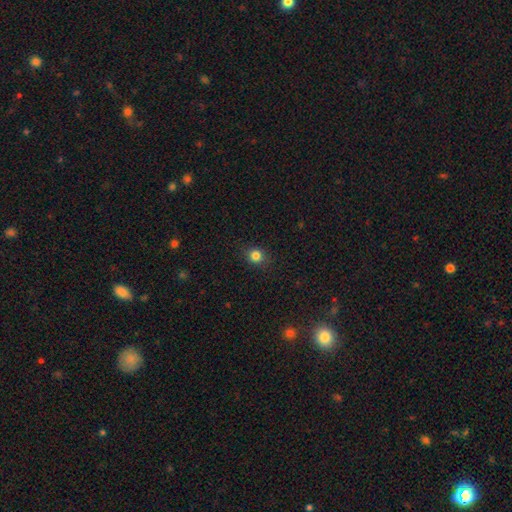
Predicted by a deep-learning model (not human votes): smooth_or_featured: smooth (p=0.83) [alt: star or artifact p=0.13]
how_rounded: round (p=0.85) [alt: in between p=0.14]
merging: none (p=0.89) [alt: minor disturbance p=0.08]